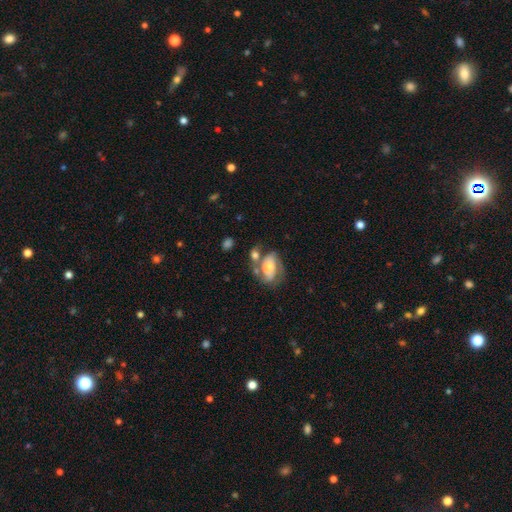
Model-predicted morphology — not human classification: Smooth or featured: featured or disk — 49% (smooth — 42%)
Merging: none — 40% (merger — 29%)